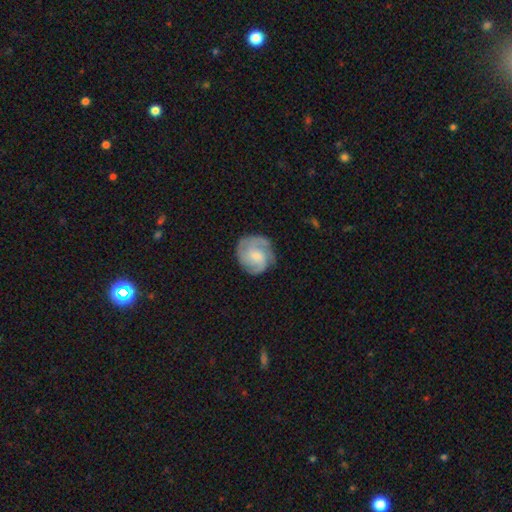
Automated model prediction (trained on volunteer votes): Smooth or featured? Predicted: featured or disk (p=0.63). Edge-on disk? Predicted: no (p=0.98). Bar? Predicted: no (p=0.61). Spiral arms? Predicted: yes (p=0.89). Spiral winding? Predicted: tight (p=0.46). Spiral arm count? Predicted: 3 (p=0.31). Bulge size? Predicted: small (p=0.48). Merging? Predicted: none (p=0.70).